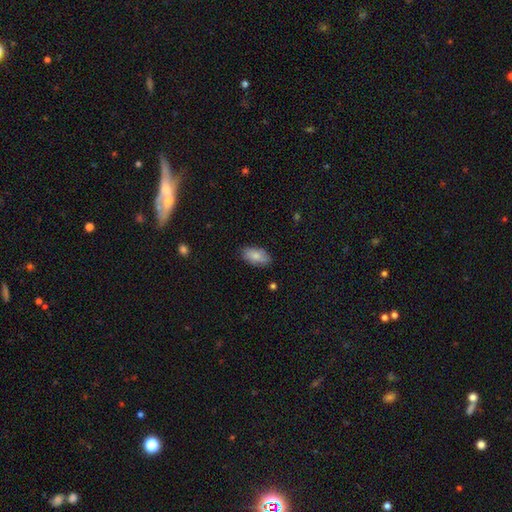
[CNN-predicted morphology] Smooth or featured? Predicted: smooth (p=0.83). How rounded? Predicted: in between (p=0.92). Merging? Predicted: none (p=0.82).